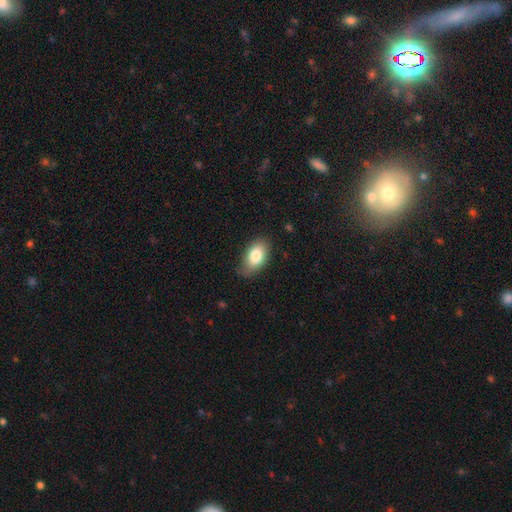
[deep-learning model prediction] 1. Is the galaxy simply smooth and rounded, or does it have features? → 81% smooth, 12% featured or disk, 7% star or artifact.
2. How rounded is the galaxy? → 92% in between, 6% round, 2% cigar-shaped.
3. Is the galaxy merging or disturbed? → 74% none, 21% minor disturbance, 4% major disturbance, 1% merger.